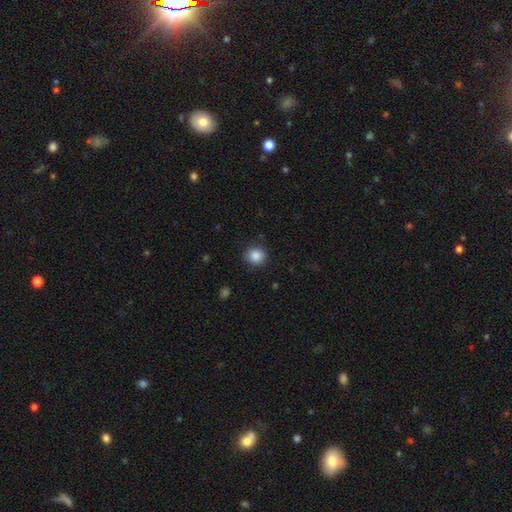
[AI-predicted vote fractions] A smooth galaxy with no disk features (87%) that is round (89%).

Vote fractions:
- Smooth or featured? smooth: 87% / star or artifact: 9% / featured or disk: 4%
- How rounded? round: 89% / in between: 10% / cigar-shaped: 1%
- Merging? none: 88% / minor disturbance: 8% / major disturbance: 3% / merger: 1%